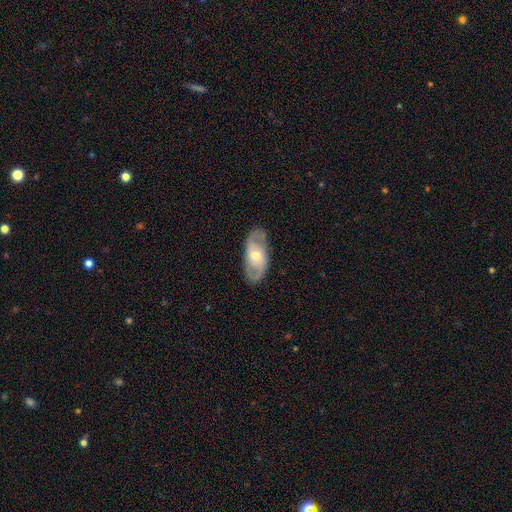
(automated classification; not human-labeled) Smooth or featured? Predicted: featured or disk (p=0.71). Edge-on disk? Predicted: no (p=0.91). Bar? Predicted: no (p=0.54). Spiral arms? Predicted: yes (p=0.79). Spiral winding? Predicted: medium (p=0.46). Spiral arm count? Predicted: 2 (p=0.84). Bulge size? Predicted: moderate (p=0.59). Merging? Predicted: none (p=0.82).